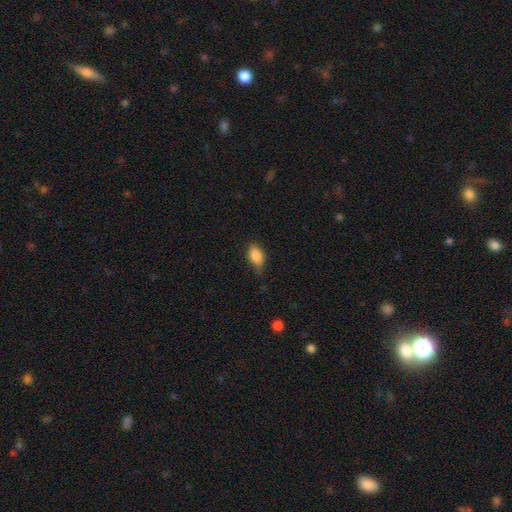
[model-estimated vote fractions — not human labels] This is clearly a smooth galaxy (87%). How rounded: clearly in between (89%). Merging: likely none (65%).